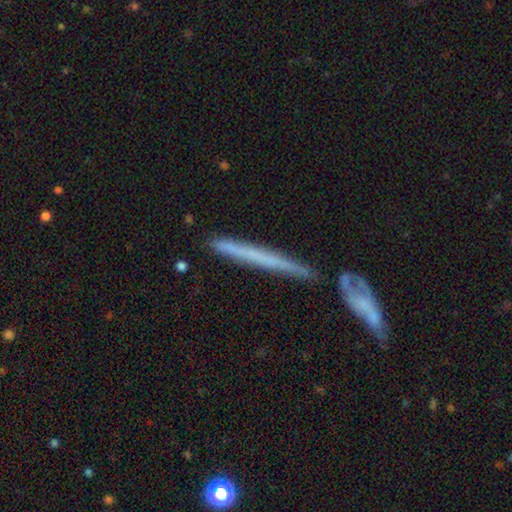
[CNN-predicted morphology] smooth_or_featured: featured or disk (p=0.47) [alt: smooth p=0.45]
merging: none (p=0.72) [alt: merger p=0.13]